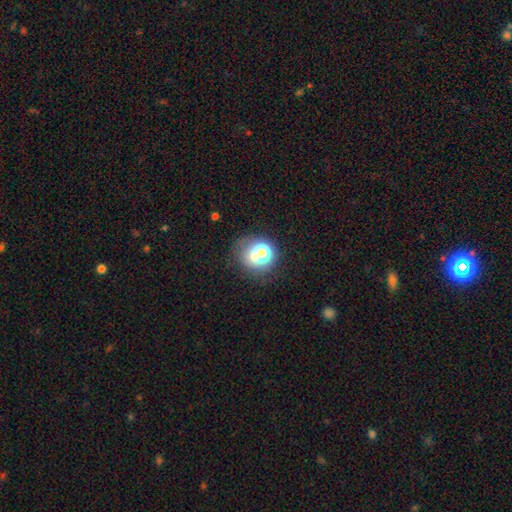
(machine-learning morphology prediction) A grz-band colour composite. It shows a smooth galaxy with no disk features (67%) that is round (70%). Merging: none (55%).